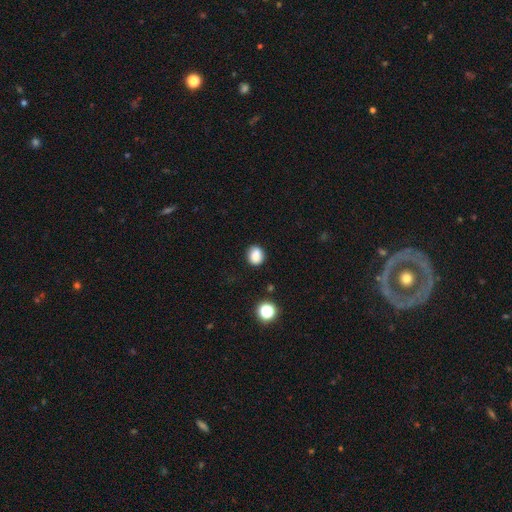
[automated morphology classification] smooth-or-featured: smooth: 84% | star or artifact: 11% | featured or disk: 6%
  how-rounded: round: 62% | in between: 37% | cigar-shaped: 1%
  merging: none: 82% | minor disturbance: 13% | major disturbance: 3% | merger: 2%